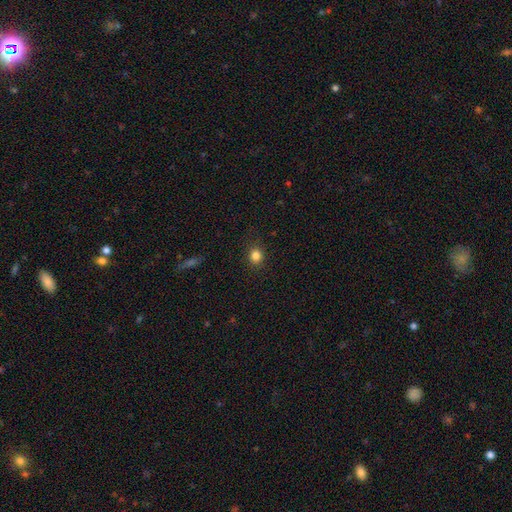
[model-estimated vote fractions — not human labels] Smooth or featured: smooth — 83% (star or artifact — 12%)
How rounded: round — 80% (in between — 19%)
Merging: none — 87% (minor disturbance — 9%)